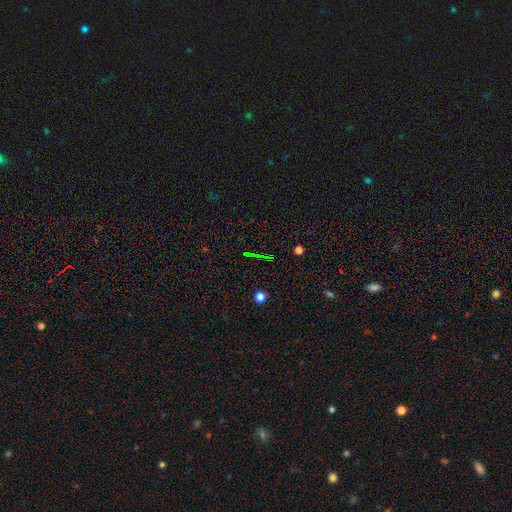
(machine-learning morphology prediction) A star or artifact, not a galaxy (71%).